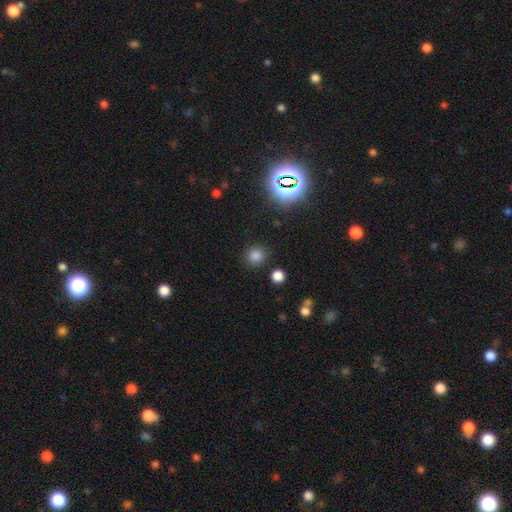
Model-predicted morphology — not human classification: Smooth or featured? Predicted: smooth (p=0.79). How rounded? Predicted: round (p=0.90). Merging? Predicted: none (p=0.86).